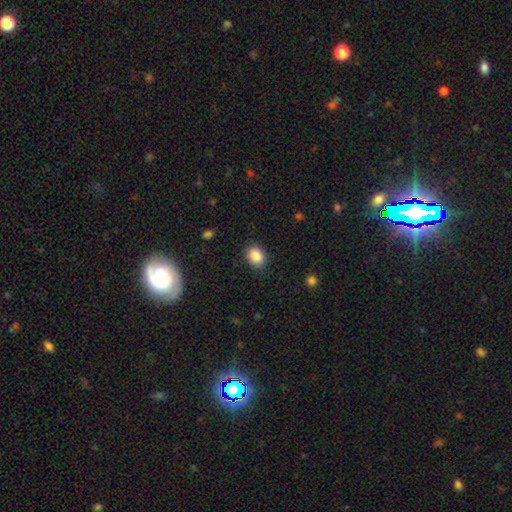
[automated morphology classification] type=smooth (87%); roundness=in between (66%); merging=none (86%).